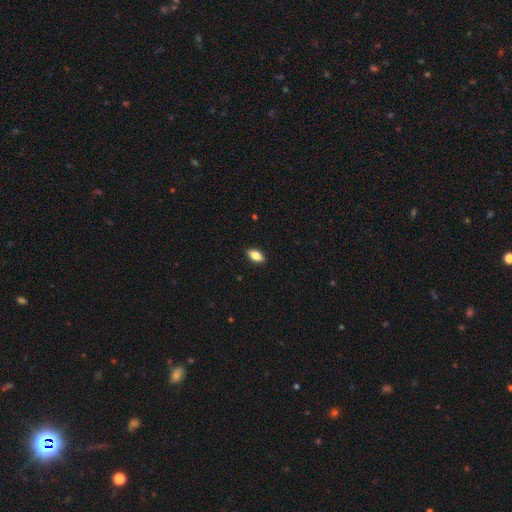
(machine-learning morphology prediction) type=smooth (81%); roundness=in between (89%); merging=none (89%).